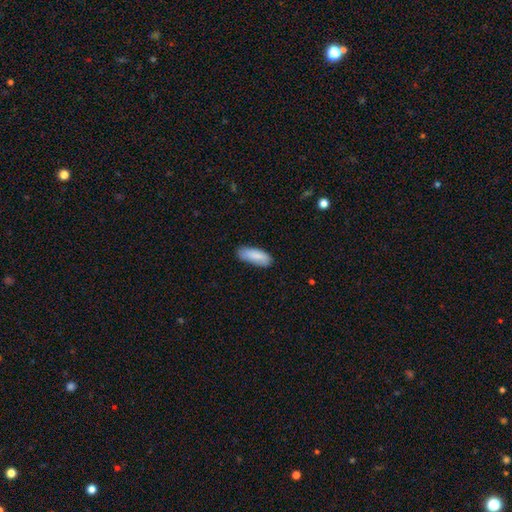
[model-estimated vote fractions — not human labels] smooth_or_featured: smooth (p=0.86) [alt: featured or disk p=0.08]
how_rounded: in between (p=0.69) [alt: cigar-shaped p=0.30]
merging: none (p=0.77) [alt: minor disturbance p=0.19]